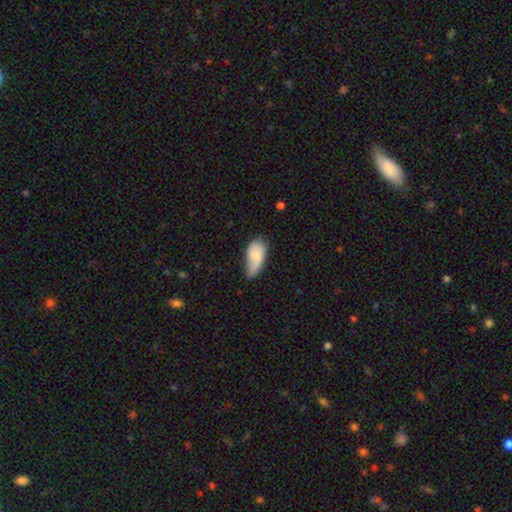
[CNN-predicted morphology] Overall: smooth (75%). How rounded: in between (91%). Merging: minor disturbance (46%; none 33%).